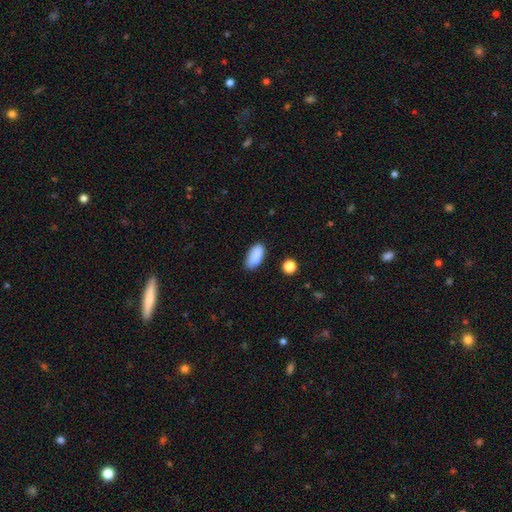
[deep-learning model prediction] smooth-or-featured: smooth: 84% | star or artifact: 8% | featured or disk: 8%
  how-rounded: in between: 90% | cigar-shaped: 7% | round: 3%
  merging: none: 72% | minor disturbance: 20% | merger: 4% | major disturbance: 4%